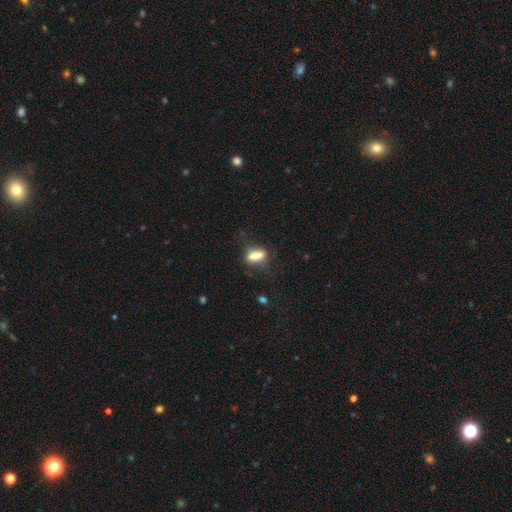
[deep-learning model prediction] The model was most divided on "how rounded": in between: 51%, cigar-shaped: 44%, round: 5%. More confident: smooth or featured — smooth (76%); merging — none (68%).